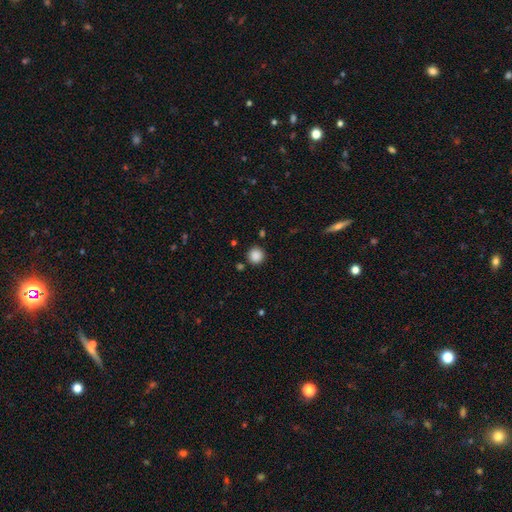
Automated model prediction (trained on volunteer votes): smooth-or-featured: smooth: 87% | star or artifact: 10% | featured or disk: 3%
  how-rounded: round: 94% | in between: 5% | cigar-shaped: 1%
  merging: none: 88% | minor disturbance: 7% | merger: 3% | major disturbance: 2%